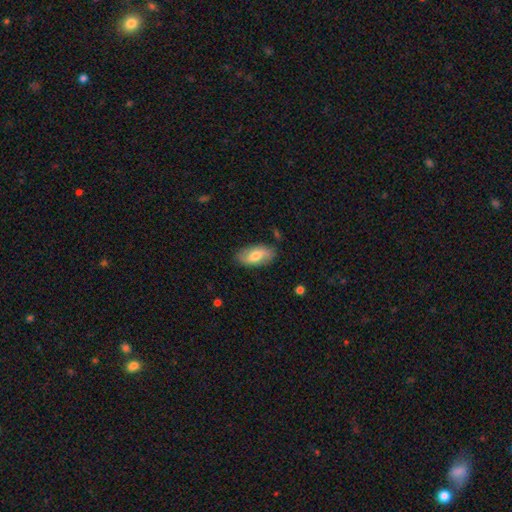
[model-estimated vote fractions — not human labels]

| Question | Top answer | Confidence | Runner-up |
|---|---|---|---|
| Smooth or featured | smooth | 68% | featured or disk (26%) |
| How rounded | in between | 92% | cigar-shaped (5%) |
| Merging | none | 82% | minor disturbance (13%) |